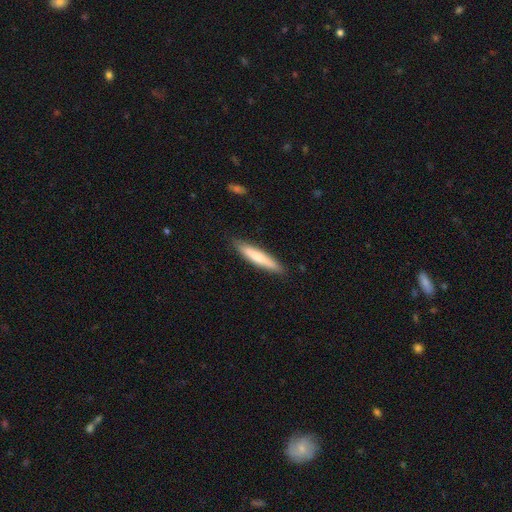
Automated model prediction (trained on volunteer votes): Smooth or featured?
  - smooth: 64% *
  - featured or disk: 30%
  - star or artifact: 6%
How rounded?
  - cigar-shaped: 91% *
  - in between: 8%
  - round: 1%
Merging?
  - none: 89% *
  - minor disturbance: 9%
  - major disturbance: 1%
  - merger: 1%